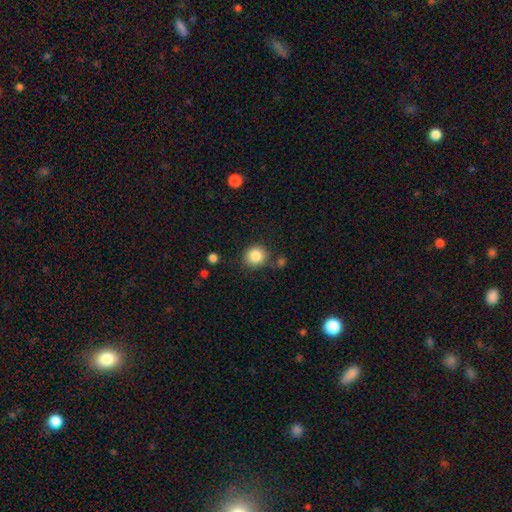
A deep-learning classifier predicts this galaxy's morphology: Smooth or featured? Predicted: smooth (p=0.86). How rounded? Predicted: round (p=0.89). Merging? Predicted: none (p=0.81).